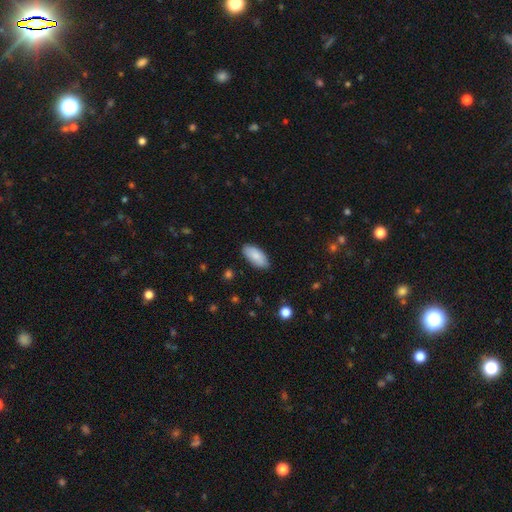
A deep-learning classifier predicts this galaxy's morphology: Smooth or featured?
  - smooth: 85% *
  - featured or disk: 9%
  - star or artifact: 6%
How rounded?
  - in between: 91% *
  - cigar-shaped: 7%
  - round: 2%
Merging?
  - none: 86% *
  - minor disturbance: 11%
  - major disturbance: 2%
  - merger: 1%